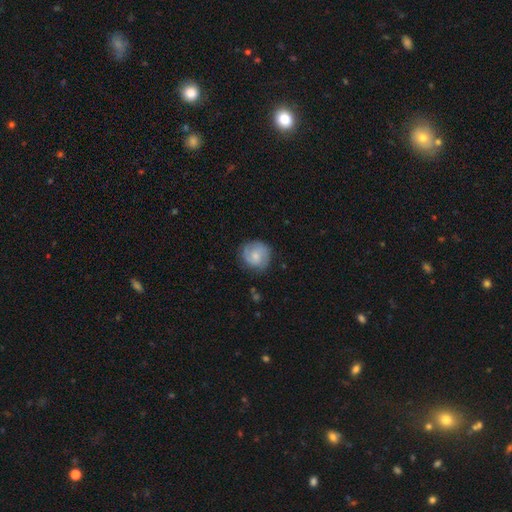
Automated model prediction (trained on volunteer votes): The model was most divided on "spiral winding": tight: 46%, medium: 41%, loose: 13%. Remaining: edge-on disk — no (98%); spiral arms — yes (91%); merging — none (78%); spiral arm count — 2 (67%); smooth or featured — featured or disk (59%); bar — no (57%); bulge size — small (47%).